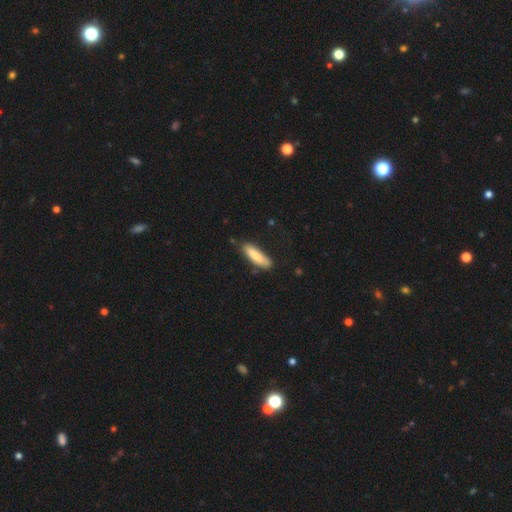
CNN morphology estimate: smooth 80%, featured or disk 14%, star or artifact 6%. Down the decision tree: how rounded — cigar-shaped (64%); merging — none (74%).